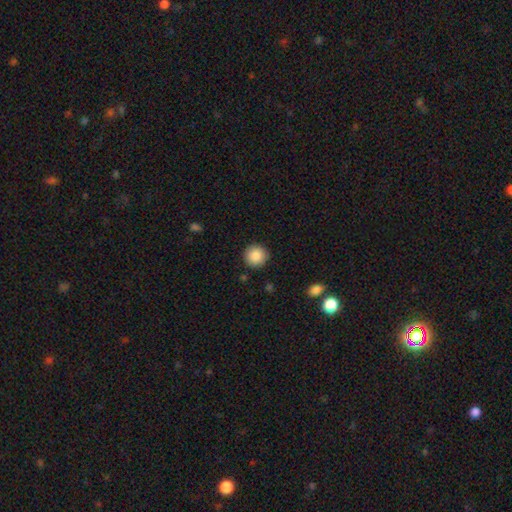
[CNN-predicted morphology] The model was most divided on "smooth or featured": smooth: 88%, star or artifact: 8%, featured or disk: 4%. More confident: how rounded — round (95%); merging — none (91%).